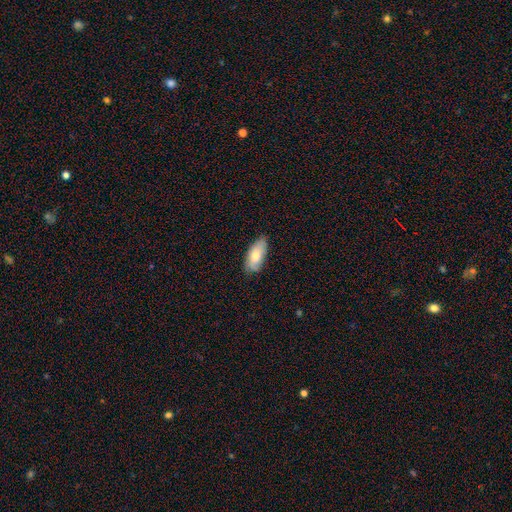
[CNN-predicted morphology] Smooth or featured?
  - smooth: 71% *
  - featured or disk: 22%
  - star or artifact: 6%
How rounded?
  - in between: 88% *
  - cigar-shaped: 9%
  - round: 2%
Merging?
  - none: 74% *
  - minor disturbance: 21%
  - major disturbance: 3%
  - merger: 1%